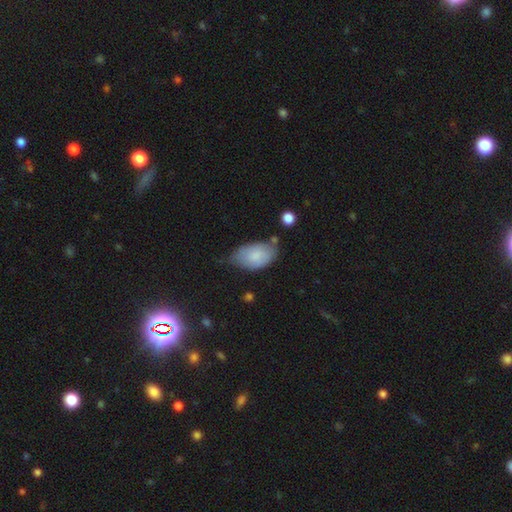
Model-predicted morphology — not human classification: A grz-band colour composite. It shows a smooth galaxy with no disk features (77%) that is in between round and cigar-shaped (93%). Merging: none (44%).